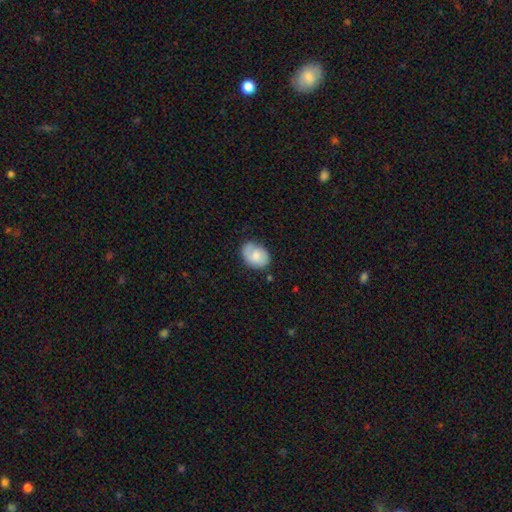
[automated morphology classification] This appears to be a smooth galaxy with no disk features (67%) that is in between round and cigar-shaped (70%). Merging: none (69%).